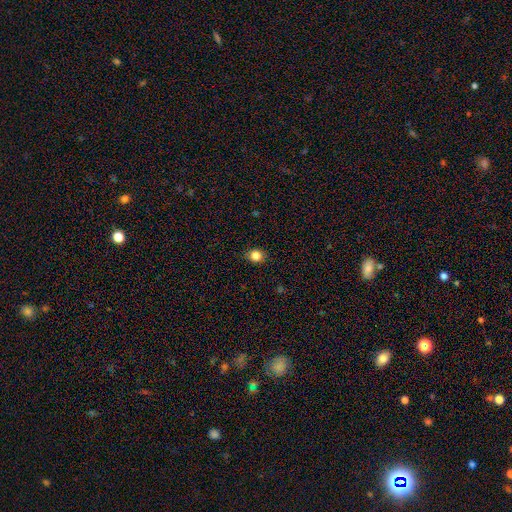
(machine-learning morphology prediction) A smooth galaxy with no disk features (83%) that is round (74%). Merging: none (88%).